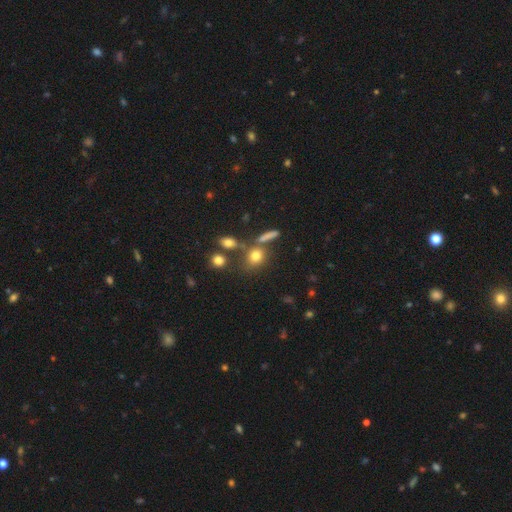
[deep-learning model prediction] smooth_or_featured: smooth (p=0.75) [alt: star or artifact p=0.14]
how_rounded: round (p=0.61) [alt: in between p=0.35]
merging: none (p=0.60) [alt: merger p=0.21]